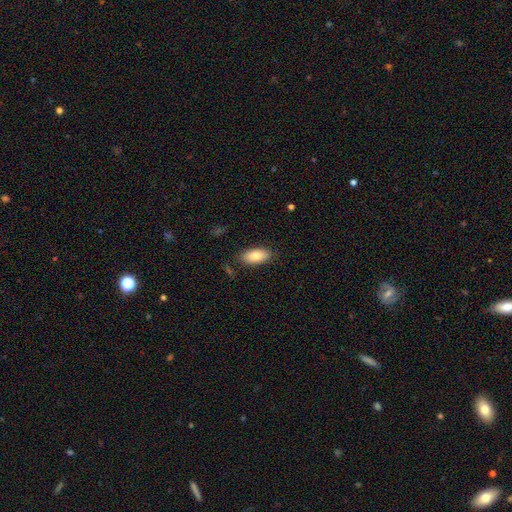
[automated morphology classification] A smooth galaxy with no disk features (81%) that is in between round and cigar-shaped (90%). Merging: none (83%).